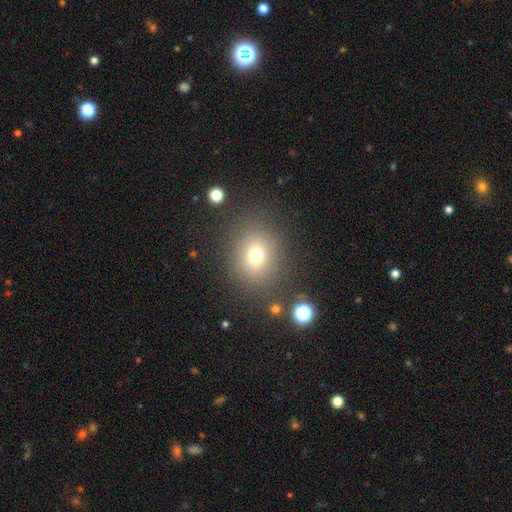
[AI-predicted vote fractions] smooth-or-featured: smooth: 71% | star or artifact: 18% | featured or disk: 12%
  how-rounded: round: 69% | in between: 30% | cigar-shaped: 1%
  merging: none: 82% | minor disturbance: 10% | major disturbance: 5% | merger: 3%